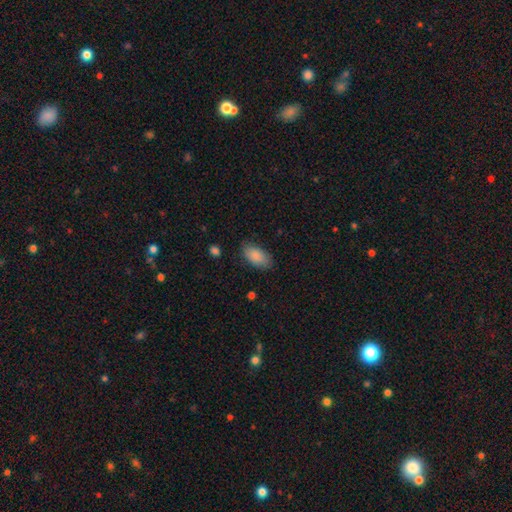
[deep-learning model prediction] Overall: smooth (88%). How rounded: in between (94%). Merging: none (82%).